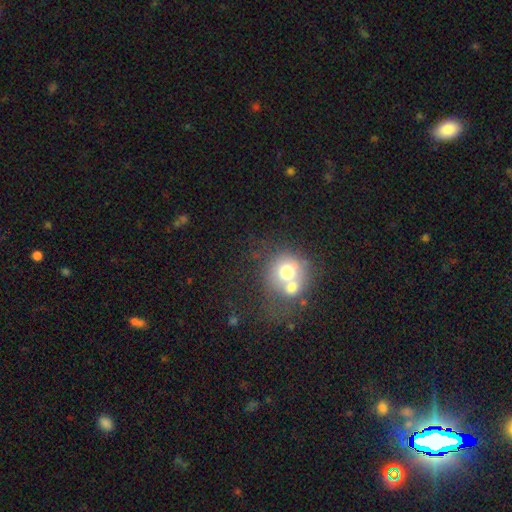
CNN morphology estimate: smooth 56%, star or artifact 25%, featured or disk 19%. Down the decision tree: how rounded — round (80%); merging — merger (48%).